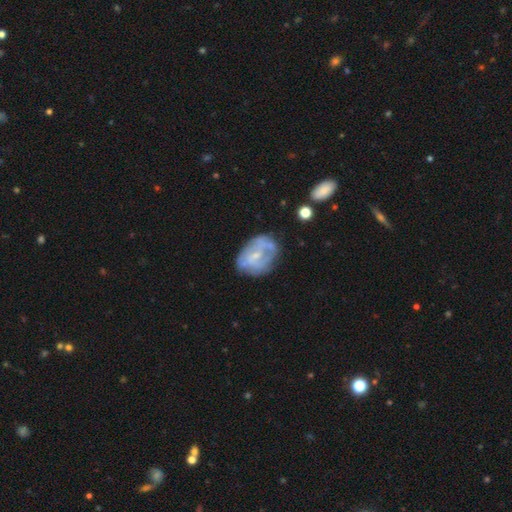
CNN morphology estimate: The model was most divided on "spiral arms": yes: 54%, no: 46%. More confident: edge-on disk — no (97%); smooth or featured — featured or disk (64%); bulge size — small (61%); bar — no (57%); merging — none (55%).